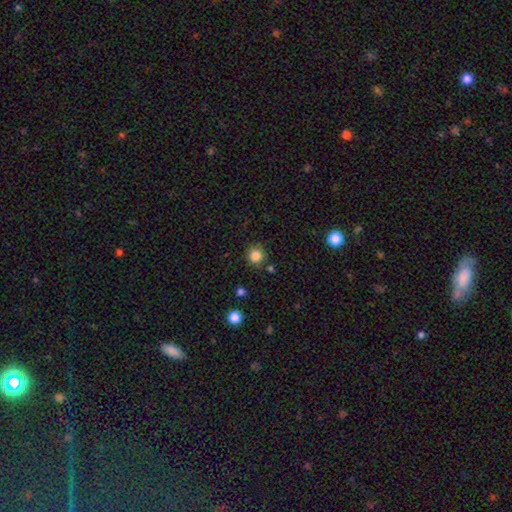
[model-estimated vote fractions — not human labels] Smooth or featured: smooth — 84% (star or artifact — 12%)
How rounded: round — 93% (in between — 6%)
Merging: none — 84% (minor disturbance — 9%)